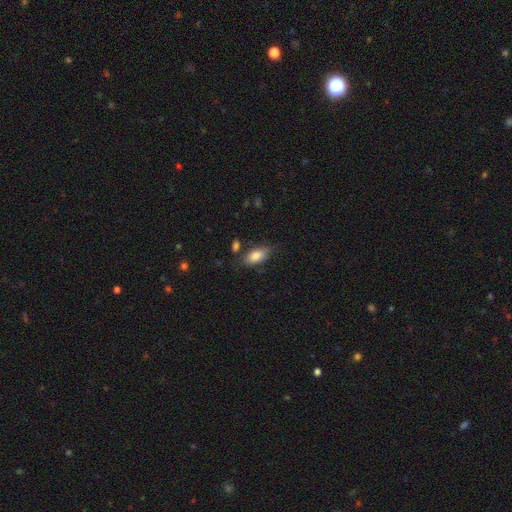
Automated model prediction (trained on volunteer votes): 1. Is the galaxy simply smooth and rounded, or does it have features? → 81% smooth, 12% featured or disk, 7% star or artifact.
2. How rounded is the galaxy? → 89% in between, 8% cigar-shaped, 3% round.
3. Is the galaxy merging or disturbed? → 72% none, 18% minor disturbance, 6% merger, 4% major disturbance.